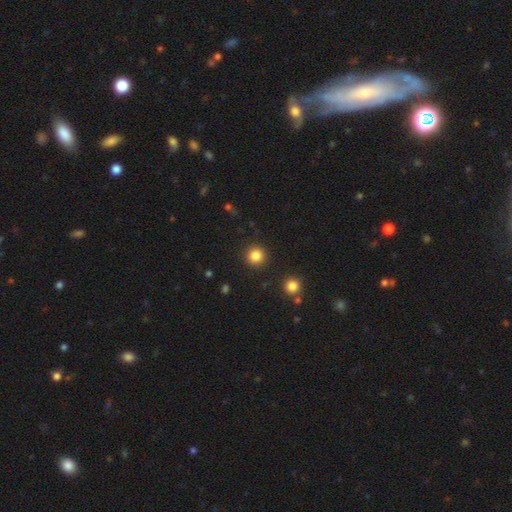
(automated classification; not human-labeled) This is clearly a smooth galaxy (85%). How rounded: clearly round (93%). Merging: clearly none (91%).